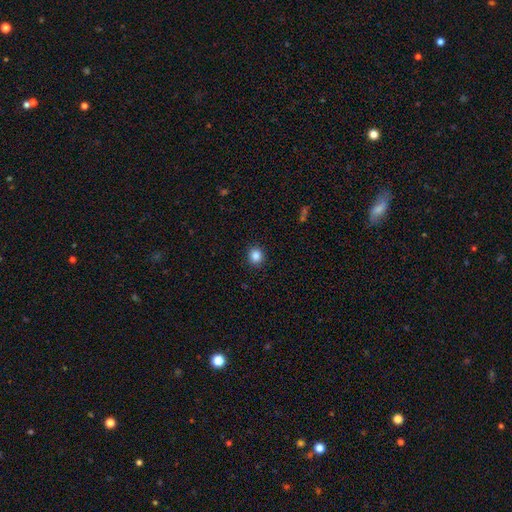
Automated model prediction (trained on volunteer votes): Smooth or featured: smooth — 85% (star or artifact — 11%)
How rounded: round — 86% (in between — 13%)
Merging: none — 91% (minor disturbance — 6%)